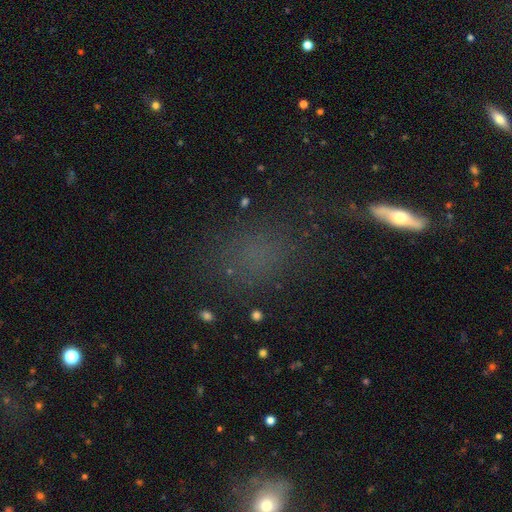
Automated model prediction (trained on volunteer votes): This is possibly a smooth galaxy (54%). How rounded: possibly in between (50%). Merging: likely none (67%).